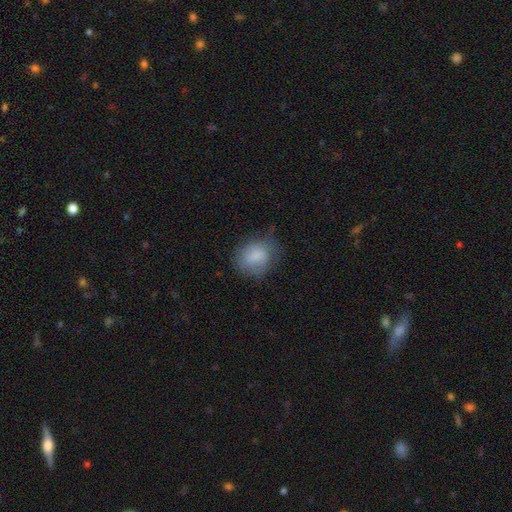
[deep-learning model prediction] Smooth or featured: smooth — 78% (featured or disk — 14%)
How rounded: round — 63% (in between — 36%)
Merging: none — 56% (minor disturbance — 30%)